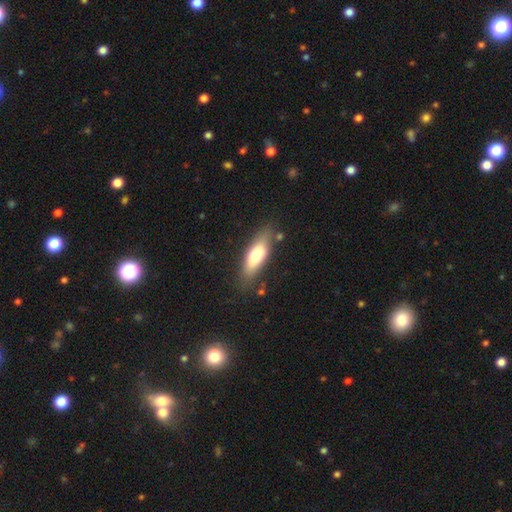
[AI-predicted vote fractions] smooth 67%, featured or disk 27%, star or artifact 6%. Down the decision tree: how rounded — in between (58%); merging — none (76%).